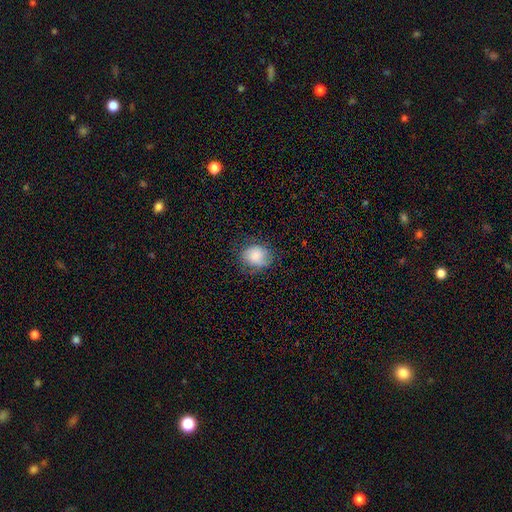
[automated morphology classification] This appears to be a smooth galaxy with no disk features (75%) that is round (58%). Merging: none (67%).